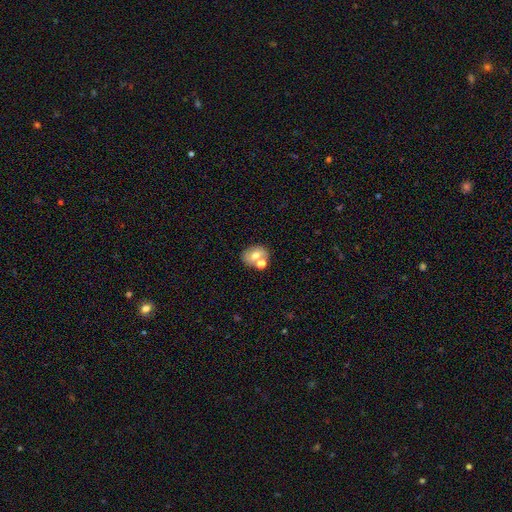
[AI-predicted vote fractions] Smooth or featured? Predicted: smooth (p=0.65). How rounded? Predicted: round (p=0.52). Merging? Predicted: none (p=0.59).